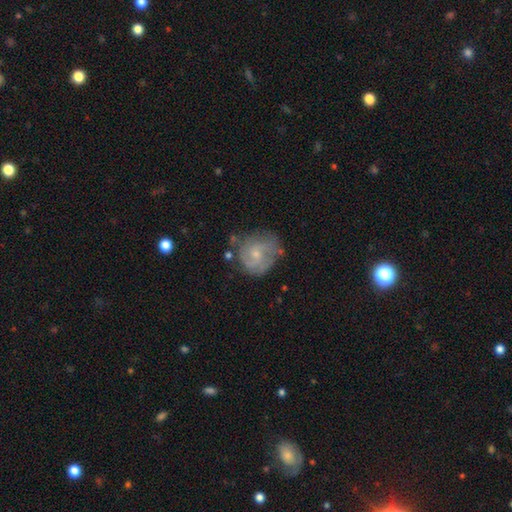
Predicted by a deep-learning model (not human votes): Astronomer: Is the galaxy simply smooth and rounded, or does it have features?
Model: featured or disk — 64%.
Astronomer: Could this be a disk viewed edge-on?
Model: no — 98%.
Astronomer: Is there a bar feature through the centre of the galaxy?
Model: no — 67%.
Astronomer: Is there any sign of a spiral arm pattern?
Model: yes — 81%.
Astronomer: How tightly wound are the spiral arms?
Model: tight — 47% (runner-up: medium, 39%).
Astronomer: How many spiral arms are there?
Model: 2 — 41% (runner-up: can't tell, 32%).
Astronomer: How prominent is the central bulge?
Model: small — 63%.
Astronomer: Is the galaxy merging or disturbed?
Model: none — 58%.